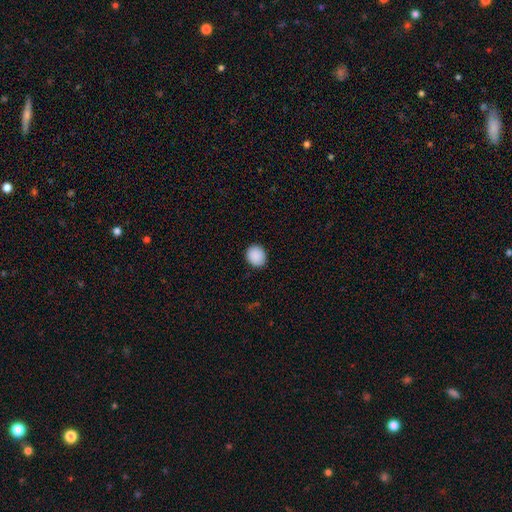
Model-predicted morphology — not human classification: type=smooth (90%); roundness=round (70%); merging=none (89%).